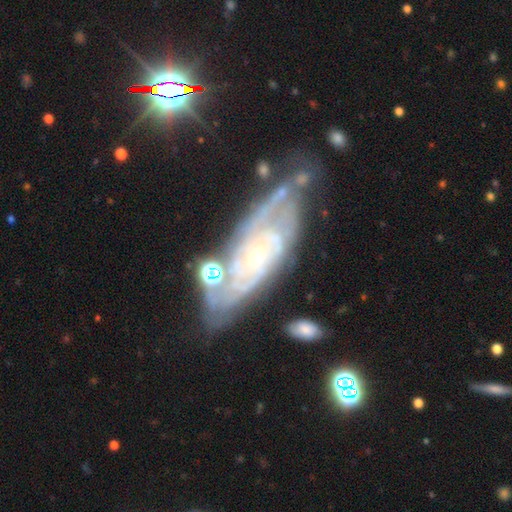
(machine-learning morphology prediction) Smooth or featured? featured or disk (85%)
Edge-on disk? no (90%)
Bar? no (71%)
Spiral arms? yes (94%)
Spiral winding? tight (71%)
Spiral arm count? can't tell (40%)
Bulge size? small (77%)
Merging? none (62%)